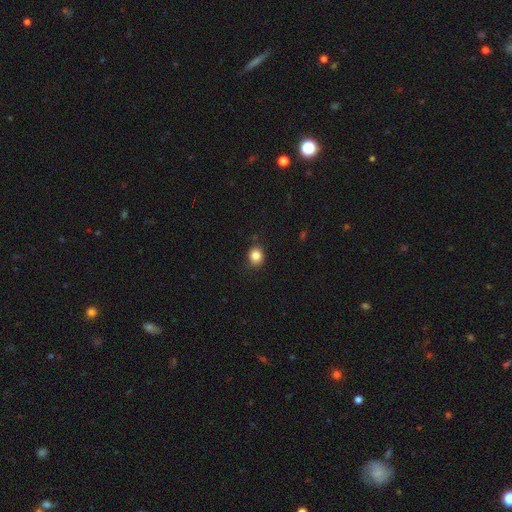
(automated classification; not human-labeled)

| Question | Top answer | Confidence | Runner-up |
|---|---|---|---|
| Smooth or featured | smooth | 84% | star or artifact (11%) |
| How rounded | round | 76% | in between (24%) |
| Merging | none | 86% | minor disturbance (10%) |